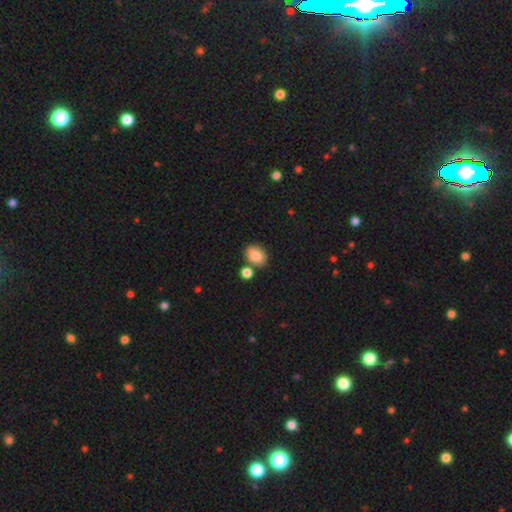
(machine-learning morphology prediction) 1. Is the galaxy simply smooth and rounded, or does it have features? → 81% smooth, 9% featured or disk, 9% star or artifact.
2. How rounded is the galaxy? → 62% in between, 37% round, 1% cigar-shaped.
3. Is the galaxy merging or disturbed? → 65% none, 17% merger, 14% minor disturbance, 4% major disturbance.